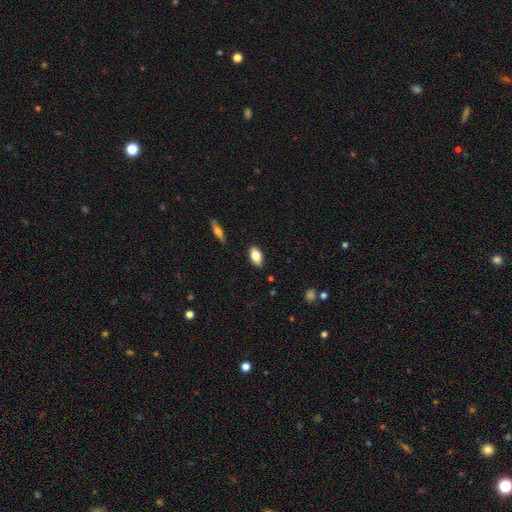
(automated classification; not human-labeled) This is clearly a smooth galaxy (82%). How rounded: clearly in between (91%). Merging: clearly none (87%).